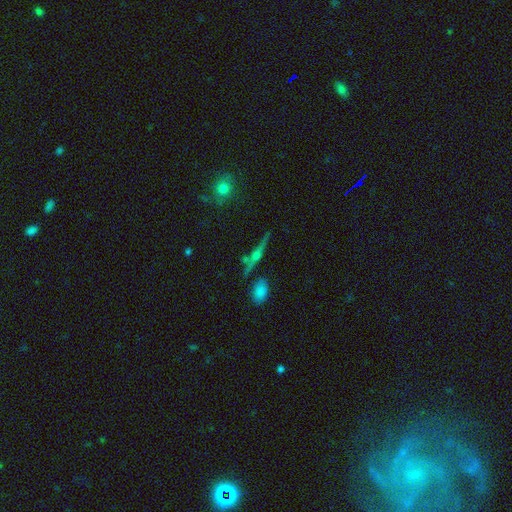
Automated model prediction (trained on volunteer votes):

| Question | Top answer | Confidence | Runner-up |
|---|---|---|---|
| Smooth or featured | featured or disk | 73% | smooth (16%) |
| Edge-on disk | yes | 96% | no (4%) |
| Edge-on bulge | rounded | 86% | boxy (9%) |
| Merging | none | 79% | minor disturbance (10%) |